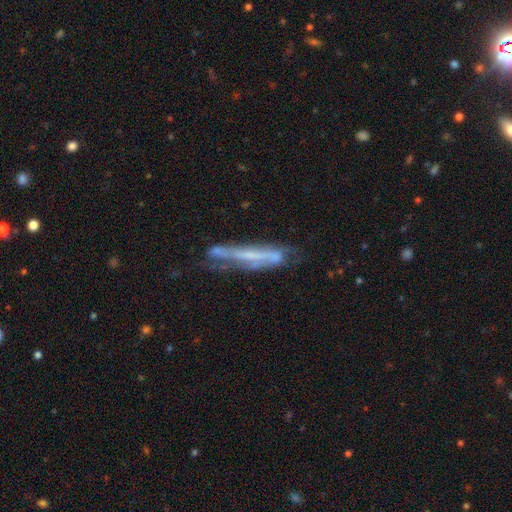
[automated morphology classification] This appears to be a featured or disk galaxy (65%) viewed edge-on (66%). Merging: none (50%).